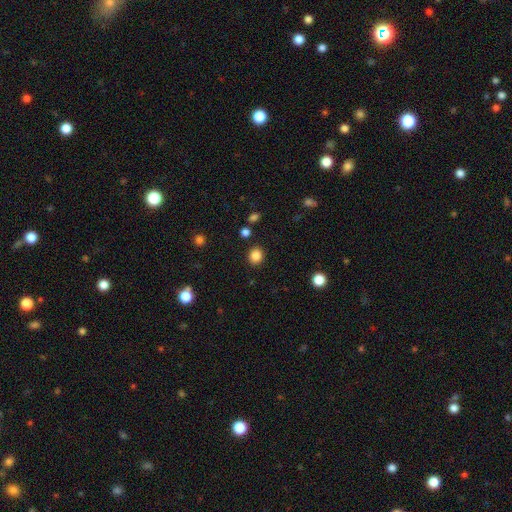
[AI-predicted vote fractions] smooth 85%, star or artifact 11%, featured or disk 4%. Down the decision tree: how rounded — round (74%); merging — none (88%).